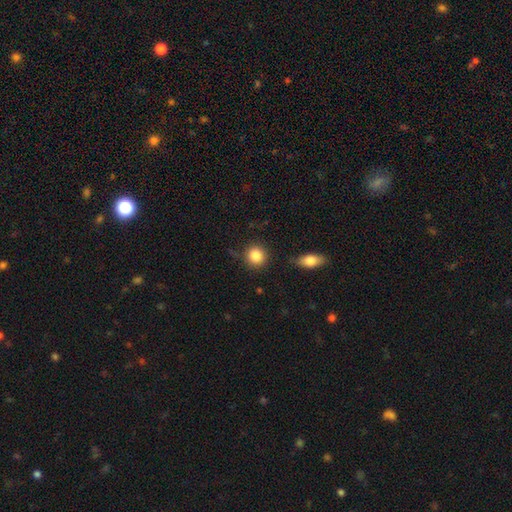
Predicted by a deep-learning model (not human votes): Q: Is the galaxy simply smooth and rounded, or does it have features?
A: smooth — 87%.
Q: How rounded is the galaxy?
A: round — 88%.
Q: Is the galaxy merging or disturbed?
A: none — 84%.